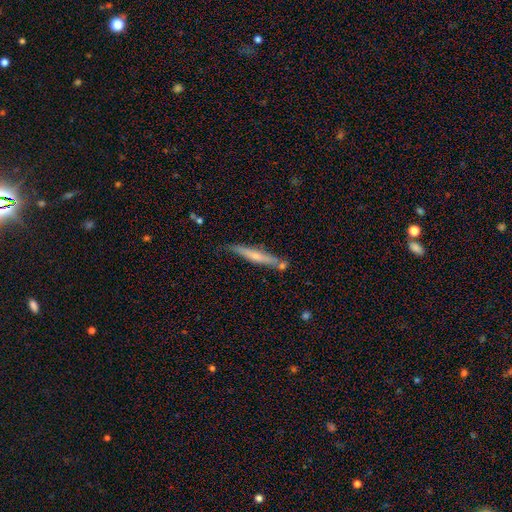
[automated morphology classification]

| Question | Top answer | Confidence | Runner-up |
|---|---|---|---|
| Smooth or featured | featured or disk | 48% | smooth (46%) |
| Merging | none | 72% | minor disturbance (17%) |